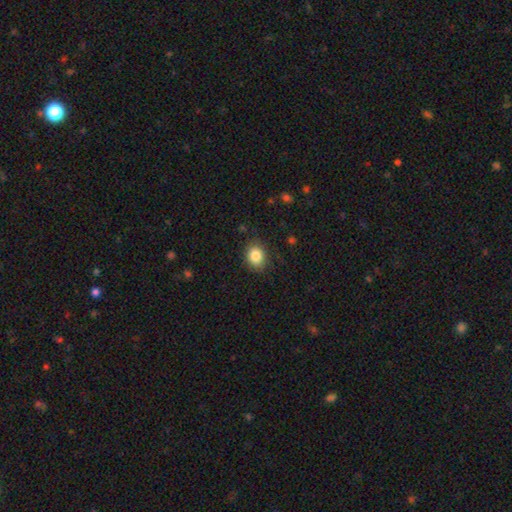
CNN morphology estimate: Smooth or featured? Predicted: smooth (p=0.85). How rounded? Predicted: round (p=0.50). Merging? Predicted: none (p=0.83).